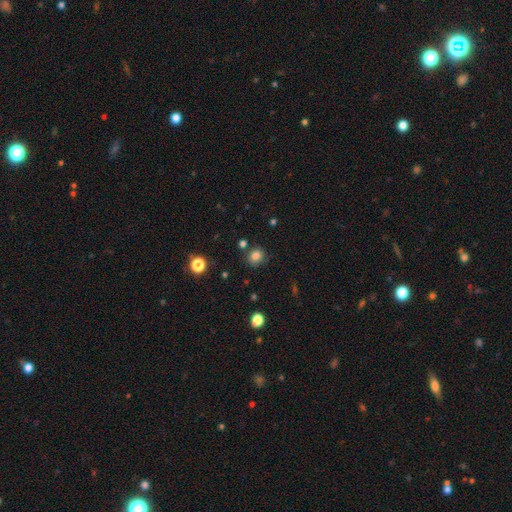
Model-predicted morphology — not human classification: Smooth or featured: smooth — 82% (star or artifact — 13%)
How rounded: round — 82% (in between — 17%)
Merging: none — 81% (minor disturbance — 11%)